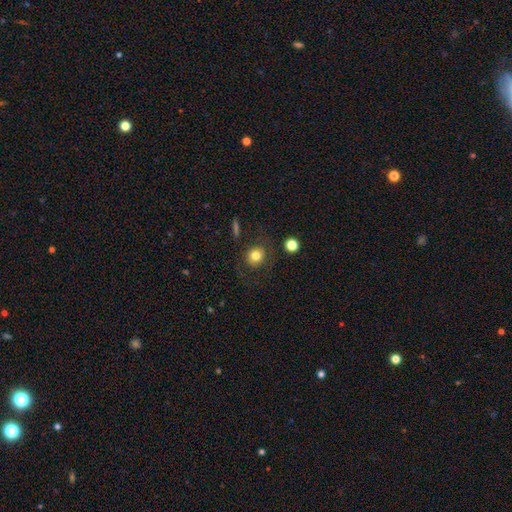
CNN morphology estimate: A smooth galaxy with no disk features (79%) that is round (86%).

Vote fractions:
- Smooth or featured? smooth: 79% / star or artifact: 11% / featured or disk: 10%
- How rounded? round: 86% / in between: 13% / cigar-shaped: 1%
- Merging? none: 80% / minor disturbance: 11% / major disturbance: 6% / merger: 3%